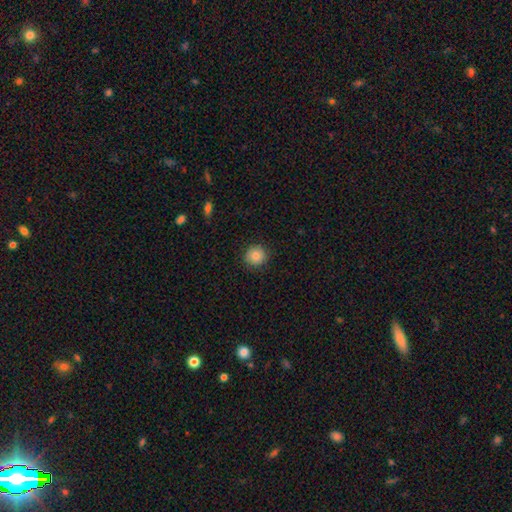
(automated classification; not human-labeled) smooth-or-featured: smooth: 84% | star or artifact: 10% | featured or disk: 6%
  how-rounded: round: 92% | in between: 7% | cigar-shaped: 1%
  merging: none: 90% | minor disturbance: 7% | major disturbance: 2% | merger: 1%